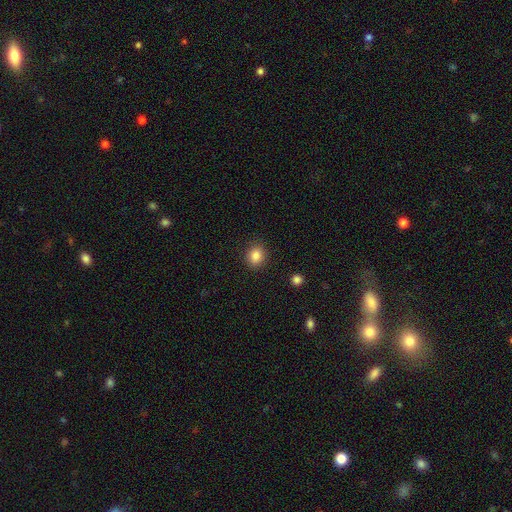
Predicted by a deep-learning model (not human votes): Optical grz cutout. It shows a smooth galaxy with no disk features (85%) that is round (68%). Merging: none (88%).